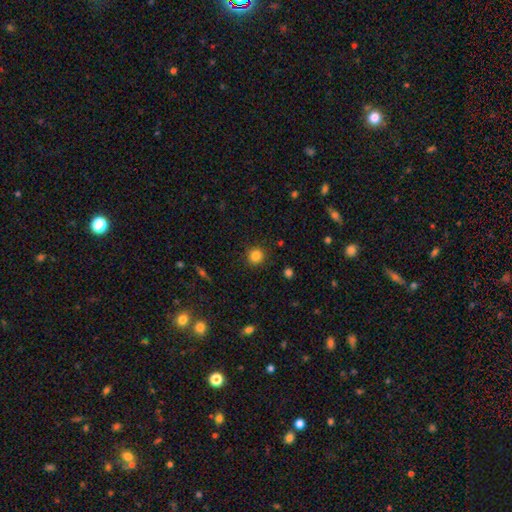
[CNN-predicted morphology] A smooth galaxy with no disk features (84%) that is round (92%).

Vote fractions:
- Smooth or featured? smooth: 84% / star or artifact: 12% / featured or disk: 4%
- How rounded? round: 92% / in between: 7% / cigar-shaped: 1%
- Merging? none: 91% / minor disturbance: 6% / major disturbance: 2% / merger: 1%